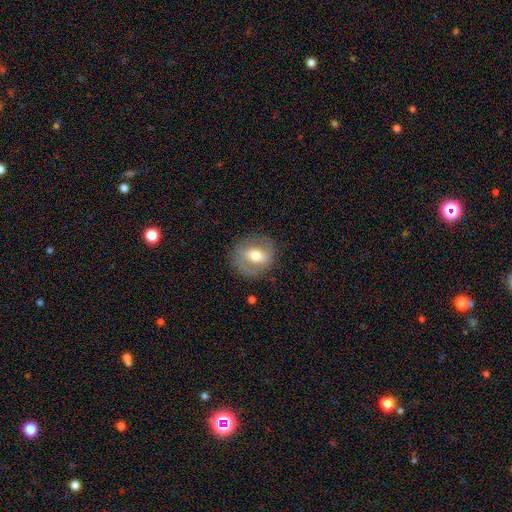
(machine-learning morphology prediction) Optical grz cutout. It shows a featured or disk galaxy (49%). Merging: none (80%).